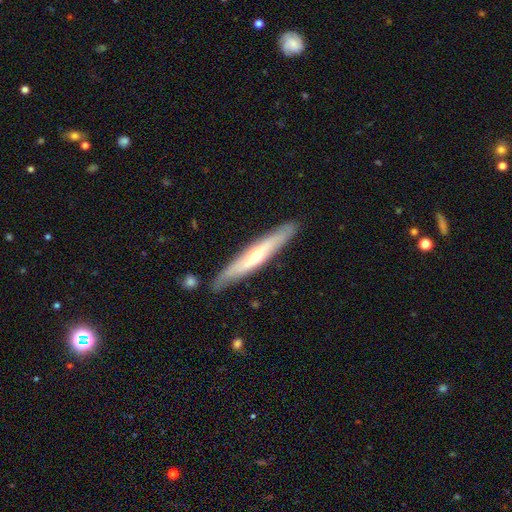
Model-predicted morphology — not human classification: smooth_or_featured: featured or disk (p=0.60) [alt: smooth p=0.35]
disk_edge_on: yes (p=0.83) [alt: no p=0.17]
edge_on_bulge: rounded (p=0.75) [alt: none p=0.22]
merging: none (p=0.85) [alt: minor disturbance p=0.11]